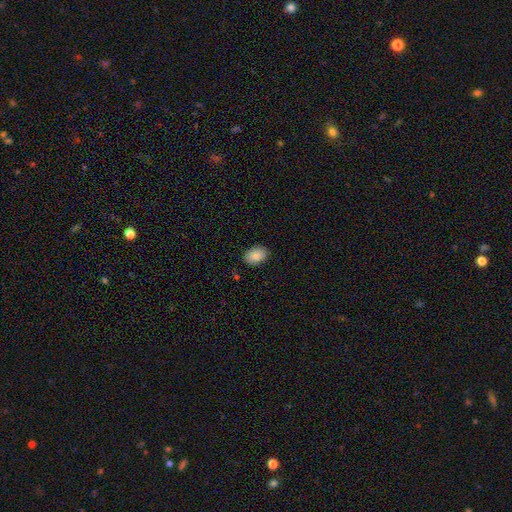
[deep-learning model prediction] Smooth or featured? Predicted: smooth (p=0.88). How rounded? Predicted: in between (p=0.79). Merging? Predicted: none (p=0.88).